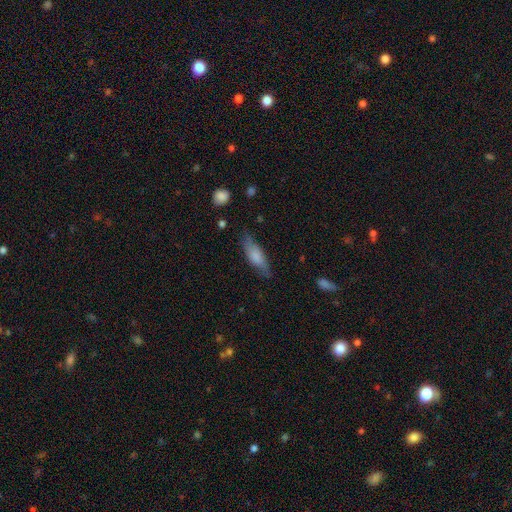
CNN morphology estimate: smooth-or-featured: smooth: 67% | featured or disk: 26% | star or artifact: 7%
  how-rounded: in between: 56% | cigar-shaped: 41% | round: 2%
  merging: none: 70% | minor disturbance: 23% | major disturbance: 6% | merger: 2%